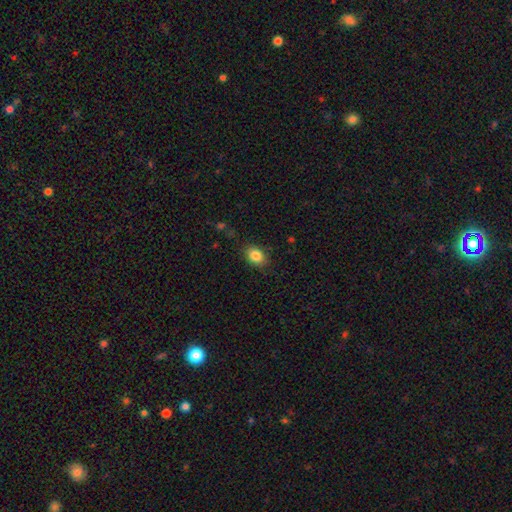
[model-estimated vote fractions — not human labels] Smooth or featured?
  - smooth: 85% *
  - star or artifact: 9%
  - featured or disk: 6%
How rounded?
  - in between: 68% *
  - round: 31%
  - cigar-shaped: 1%
Merging?
  - none: 84% *
  - minor disturbance: 12%
  - major disturbance: 3%
  - merger: 1%